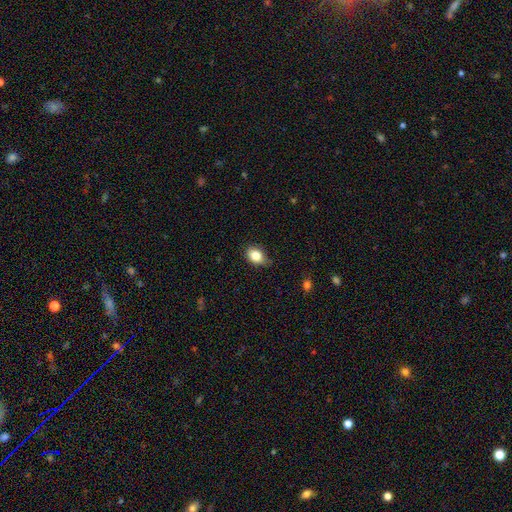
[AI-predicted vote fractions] Morphology: type=smooth (83%); roundness=in between (70%); merging=none (66%).